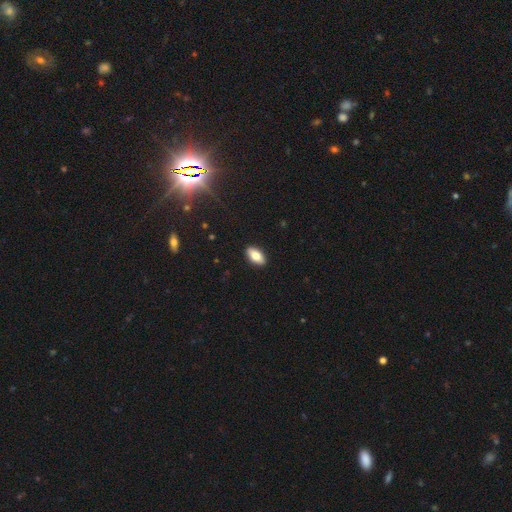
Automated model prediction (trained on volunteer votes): smooth-or-featured: smooth: 78% | featured or disk: 15% | star or artifact: 7%
  how-rounded: in between: 91% | cigar-shaped: 6% | round: 3%
  merging: none: 90% | minor disturbance: 7% | major disturbance: 2% | merger: 1%